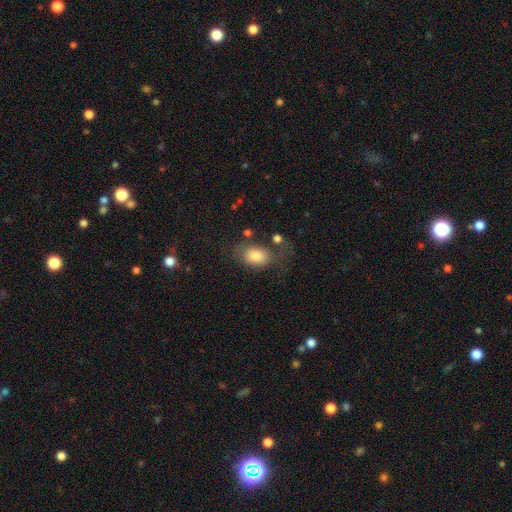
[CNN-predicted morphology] smooth_or_featured: smooth (p=0.81) [alt: featured or disk p=0.11]
how_rounded: in between (p=0.81) [alt: round p=0.17]
merging: none (p=0.53) [alt: minor disturbance p=0.23]